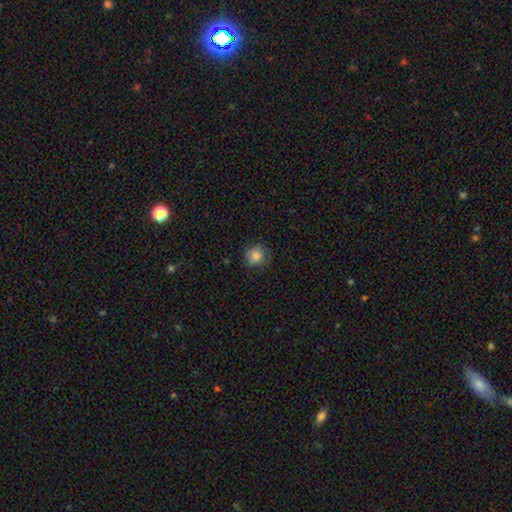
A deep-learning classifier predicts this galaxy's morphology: smooth-or-featured: smooth: 84% | star or artifact: 10% | featured or disk: 6%
  how-rounded: round: 82% | in between: 17% | cigar-shaped: 1%
  merging: none: 76% | minor disturbance: 19% | major disturbance: 4% | merger: 1%